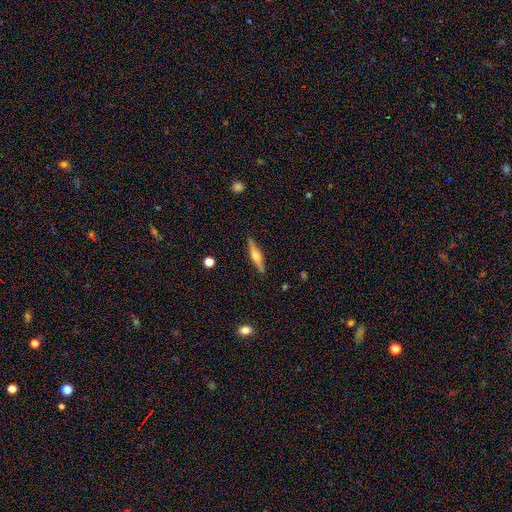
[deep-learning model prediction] Overall: featured or disk (63%; smooth 30%). Edge-on disk: yes (96%). Edge-on bulge: rounded (87%). Merging: none (88%).